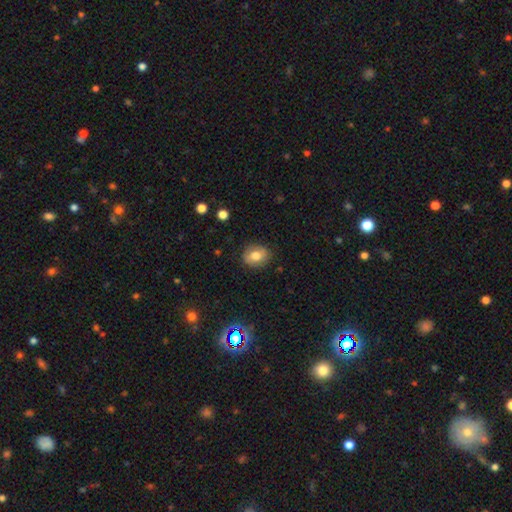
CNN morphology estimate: type=smooth (75%); roundness=round (56%); merging=none (85%).